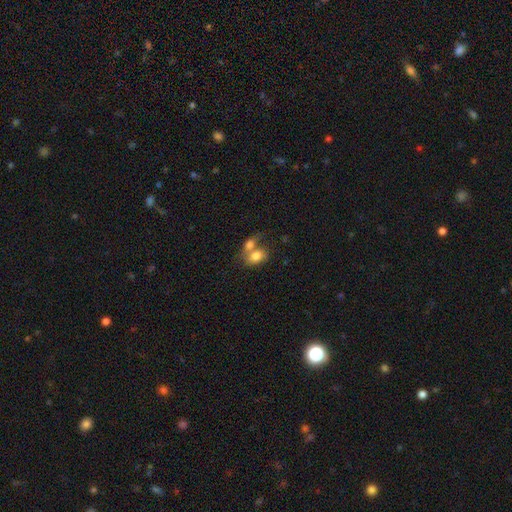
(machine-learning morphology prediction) Smooth or featured? smooth (78%)
How rounded? in between (78%)
Merging? merger (62%)